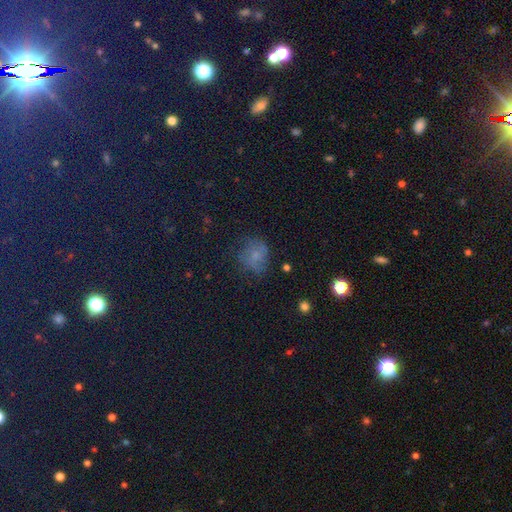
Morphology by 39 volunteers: type=smooth (69%); roundness=round (63%); merging=none (54%).